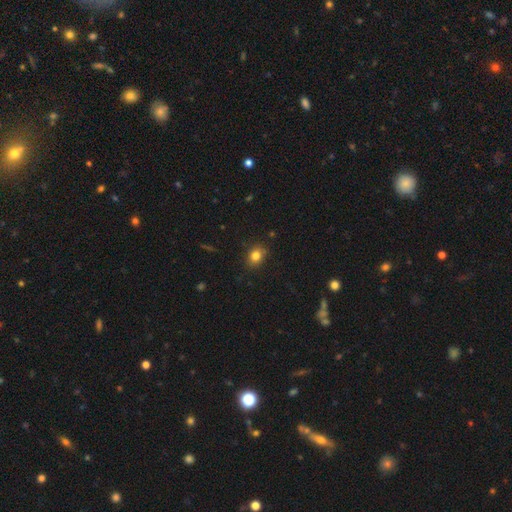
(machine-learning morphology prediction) smooth_or_featured: smooth (p=0.82) [alt: star or artifact p=0.12]
how_rounded: round (p=0.51) [alt: in between p=0.48]
merging: none (p=0.85) [alt: minor disturbance p=0.11]